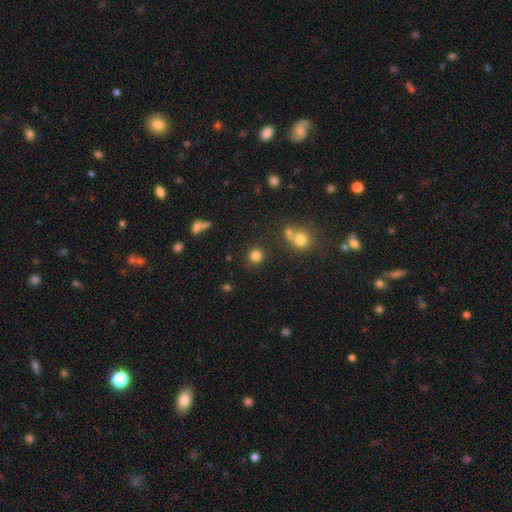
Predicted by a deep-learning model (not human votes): smooth-or-featured: smooth: 81% | star or artifact: 14% | featured or disk: 5%
  how-rounded: round: 92% | in between: 7% | cigar-shaped: 1%
  merging: none: 83% | minor disturbance: 7% | merger: 6% | major disturbance: 3%